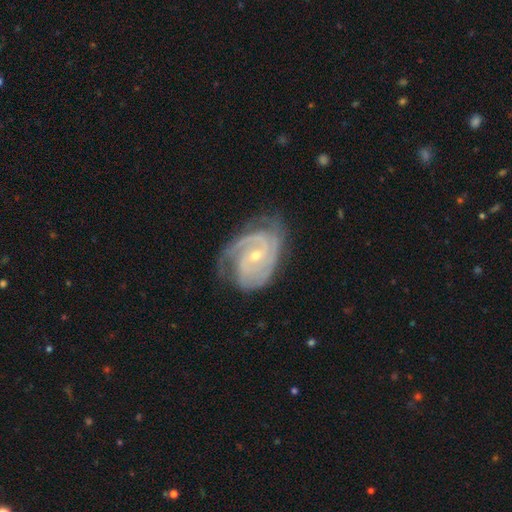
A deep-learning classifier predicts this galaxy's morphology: Smooth or featured?
  - featured or disk: 91% *
  - smooth: 5%
  - star or artifact: 5%
Edge-on disk?
  - no: 97% *
  - yes: 3%
Bar?
  - no: 55% *
  - weak: 34%
  - strong: 11%
Spiral arms?
  - yes: 98% *
  - no: 2%
Spiral winding?
  - tight: 62% *
  - medium: 33%
  - loose: 6%
Spiral arm count?
  - 2: 40% *
  - 3: 30%
  - can't tell: 14%
  - 4: 6%
  - 1: 5%
  - more than 4: 4%
Bulge size?
  - small: 63% *
  - moderate: 35%
  - large: 1%
  - none: 1%
  - dominant: 1%
Merging?
  - none: 65% *
  - minor disturbance: 23%
  - major disturbance: 10%
  - merger: 1%